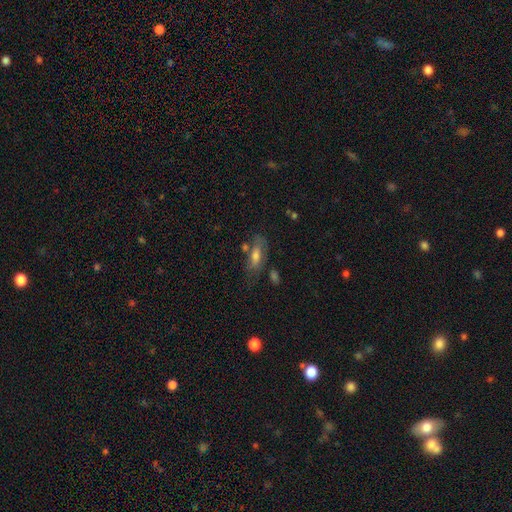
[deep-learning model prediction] Q: Smooth or featured?
A: smooth (44%); runner-up: featured or disk (42%)
Q: Merging?
A: none (61%); runner-up: minor disturbance (21%)